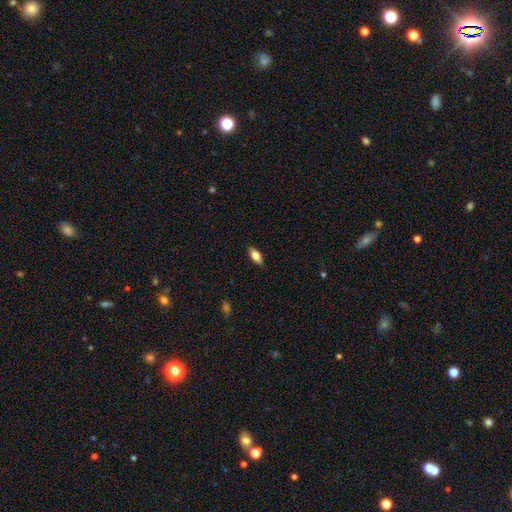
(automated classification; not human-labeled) The model was most divided on "smooth or featured": smooth: 73%, featured or disk: 20%, star or artifact: 7%. More confident: merging — none (87%); how rounded — in between (84%).